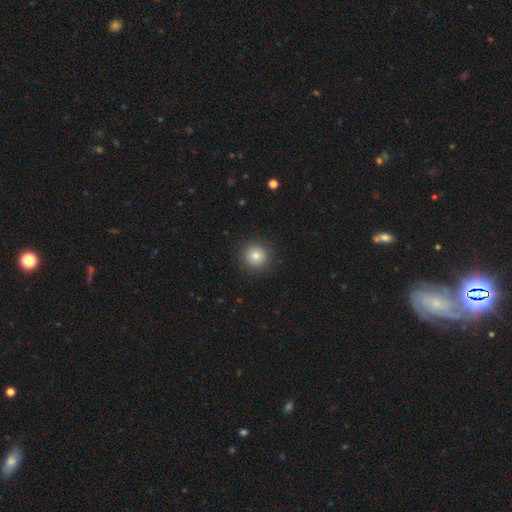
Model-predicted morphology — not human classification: A smooth galaxy with no disk features (82%) that is round (95%).

Vote fractions:
- Smooth or featured? smooth: 82% / star or artifact: 11% / featured or disk: 7%
- How rounded? round: 95% / in between: 4% / cigar-shaped: 1%
- Merging? none: 91% / minor disturbance: 6% / major disturbance: 2% / merger: 1%